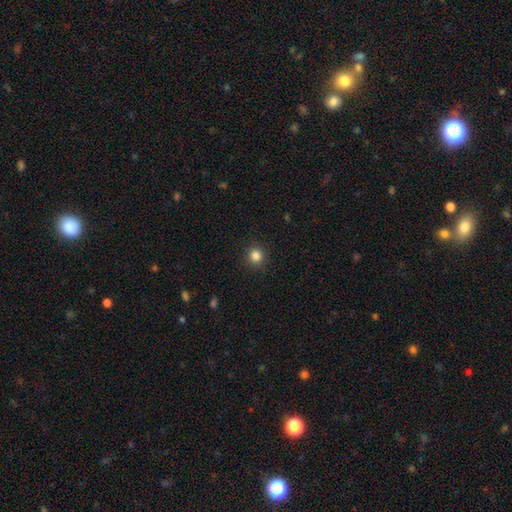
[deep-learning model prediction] A smooth galaxy with no disk features (84%) that is round (92%). Merging: none (92%).